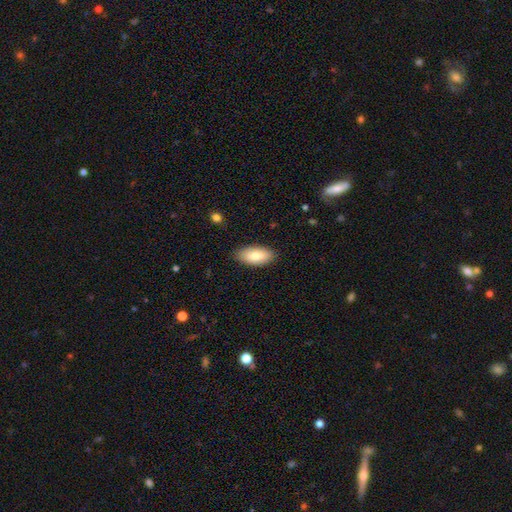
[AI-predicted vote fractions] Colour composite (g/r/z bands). It shows a smooth galaxy with no disk features (82%) that is in between round and cigar-shaped (91%). Merging: none (87%).